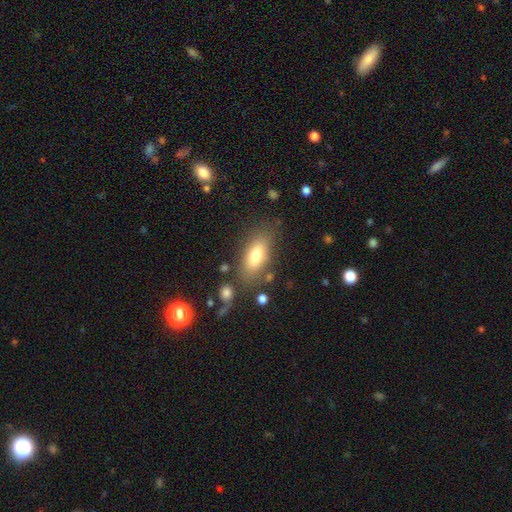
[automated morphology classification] The model was most divided on "smooth or featured": smooth: 76%, featured or disk: 16%, star or artifact: 8%. More confident: how rounded — in between (82%); merging — none (77%).